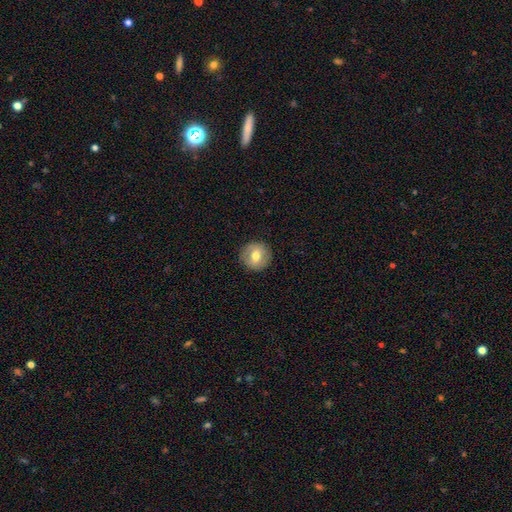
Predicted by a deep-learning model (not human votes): This is likely a smooth galaxy (65%). How rounded: clearly round (94%). Merging: clearly none (90%).